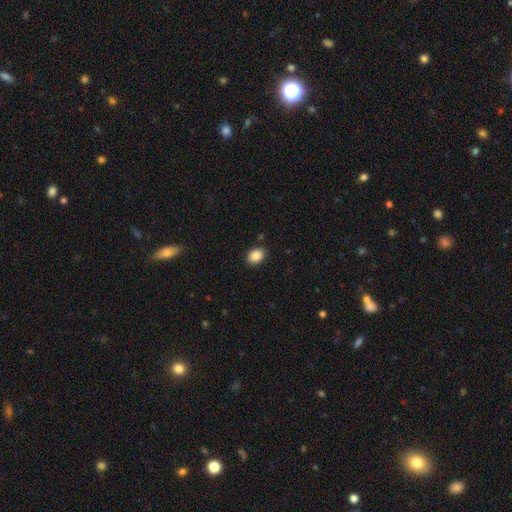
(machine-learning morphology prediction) Overall: smooth (88%). How rounded: in between (79%). Merging: none (88%).